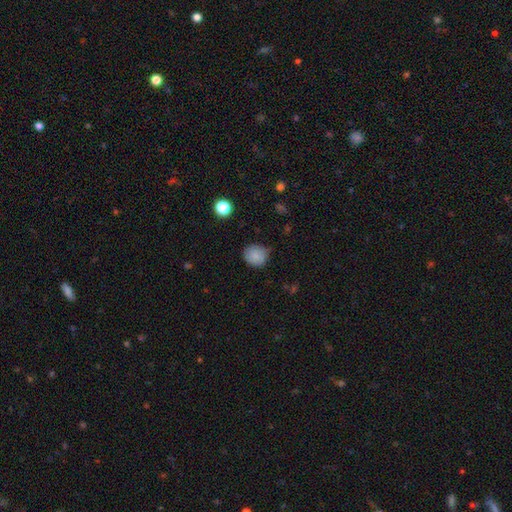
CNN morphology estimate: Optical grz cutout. It shows a smooth galaxy with no disk features (85%) that is round (81%). Merging: none (72%).